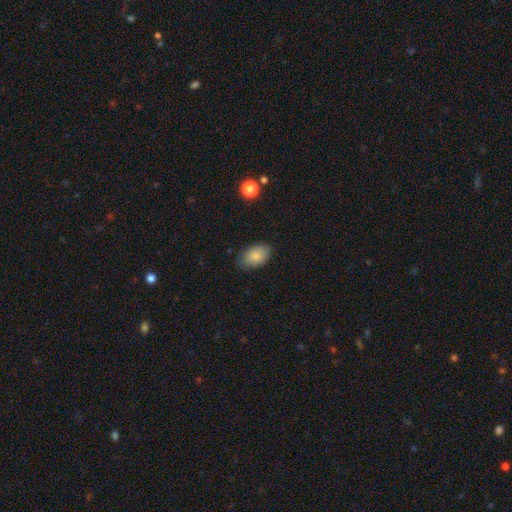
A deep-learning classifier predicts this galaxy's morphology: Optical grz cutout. It shows a smooth galaxy with no disk features (85%) that is in between round and cigar-shaped (90%). Merging: none (81%).